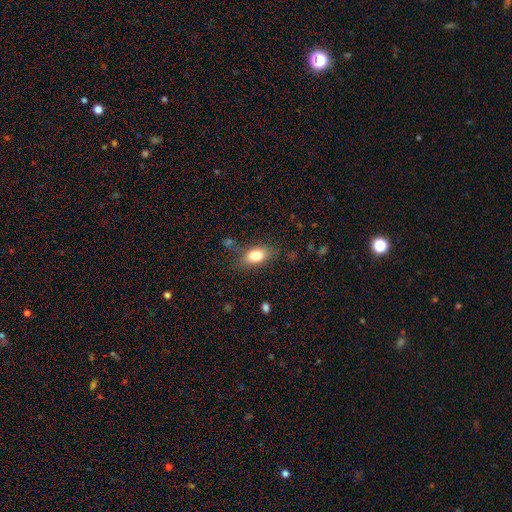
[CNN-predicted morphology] The model was most divided on "merging": none: 75%, minor disturbance: 17%, major disturbance: 5%, merger: 2%. More confident: how rounded — in between (84%); smooth or featured — smooth (80%).